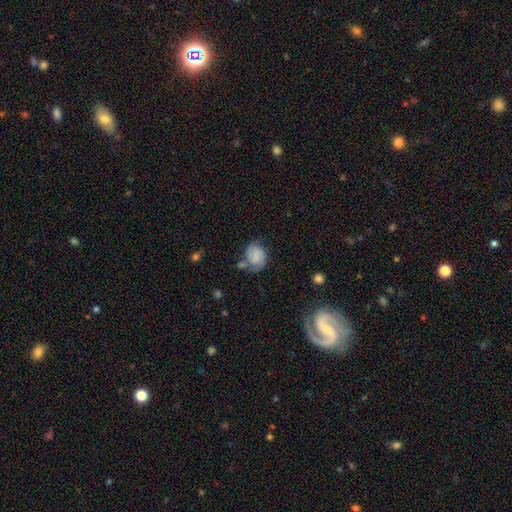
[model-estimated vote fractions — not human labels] smooth_or_featured: featured or disk (p=0.64) [alt: smooth p=0.28]
disk_edge_on: no (p=0.98) [alt: yes p=0.02]
bar: weak (p=0.44) [alt: no p=0.41]
has_spiral_arms: yes (p=0.93) [alt: no p=0.07]
spiral_winding: medium (p=0.43) [alt: tight p=0.42]
spiral_arm_count: 2 (p=0.80) [alt: can't tell p=0.08]
bulge_size: none (p=0.46) [alt: small p=0.34]
merging: none (p=0.57) [alt: minor disturbance p=0.22]